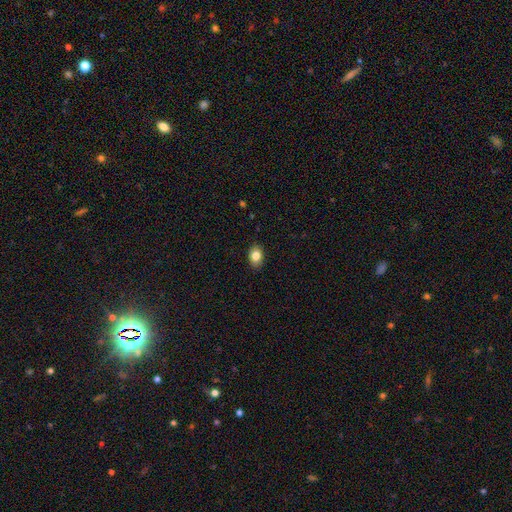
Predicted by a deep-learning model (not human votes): Morphology: type=smooth (83%); roundness=in between (79%); merging=none (86%).